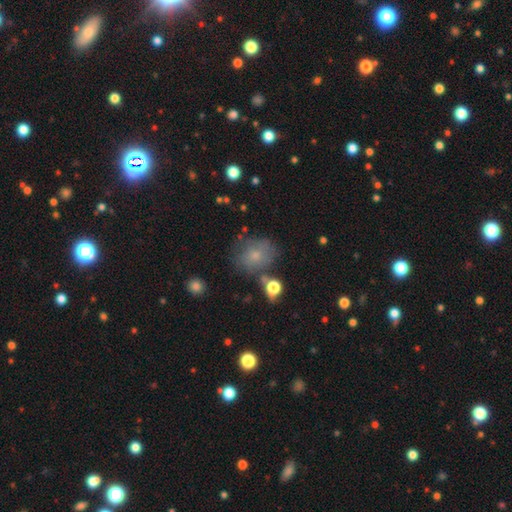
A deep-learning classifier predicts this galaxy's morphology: Smooth or featured? smooth (63%)
How rounded? round (62%)
Merging? none (59%)